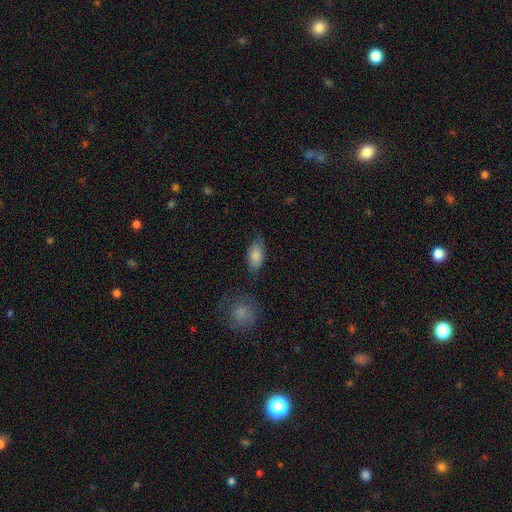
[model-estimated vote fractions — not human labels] smooth-or-featured: smooth: 81% | featured or disk: 12% | star or artifact: 7%
  how-rounded: in between: 93% | round: 4% | cigar-shaped: 3%
  merging: none: 70% | minor disturbance: 21% | major disturbance: 6% | merger: 3%